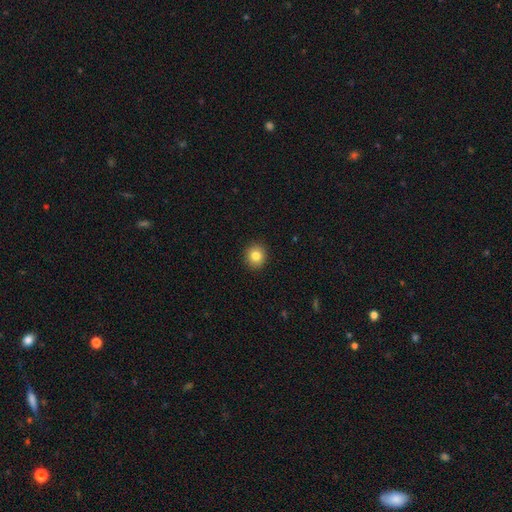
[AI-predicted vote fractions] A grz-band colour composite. It shows a smooth galaxy with no disk features (82%) that is round (88%). Merging: none (92%).